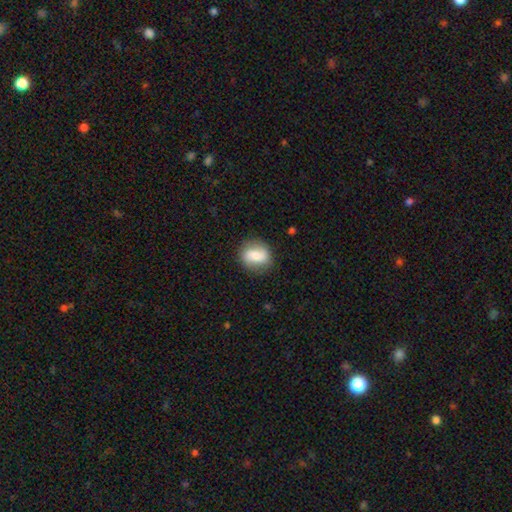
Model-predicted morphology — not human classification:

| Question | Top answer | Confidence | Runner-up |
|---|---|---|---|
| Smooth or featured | smooth | 65% | featured or disk (27%) |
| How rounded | round | 63% | in between (36%) |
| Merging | none | 82% | minor disturbance (13%) |